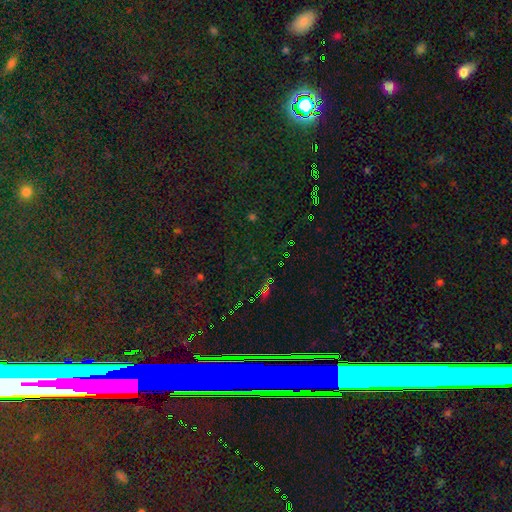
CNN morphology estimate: Smooth or featured: star or artifact — 82% (smooth — 9%)